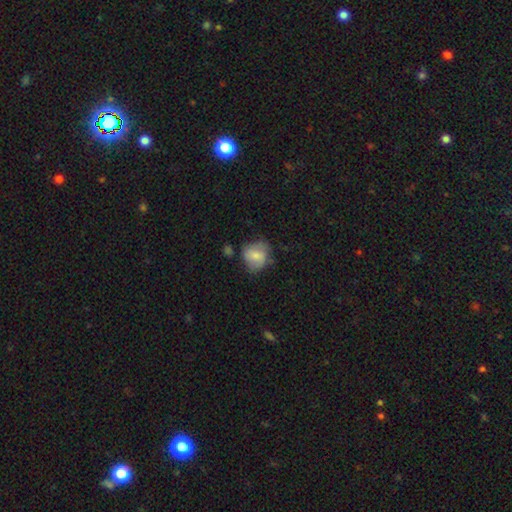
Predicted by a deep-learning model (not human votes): Smooth or featured?
  - smooth: 69% *
  - featured or disk: 23%
  - star or artifact: 8%
How rounded?
  - round: 66% *
  - in between: 33%
  - cigar-shaped: 1%
Merging?
  - none: 52% *
  - minor disturbance: 31%
  - major disturbance: 12%
  - merger: 5%